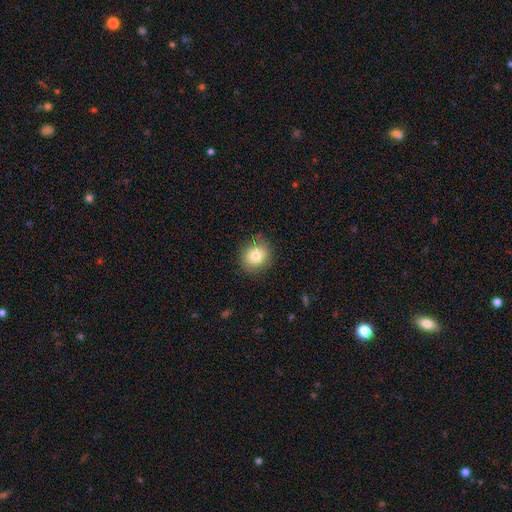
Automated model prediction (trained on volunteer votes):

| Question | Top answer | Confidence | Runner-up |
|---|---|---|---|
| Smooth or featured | smooth | 79% | featured or disk (12%) |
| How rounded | round | 77% | in between (22%) |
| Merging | none | 84% | minor disturbance (12%) |